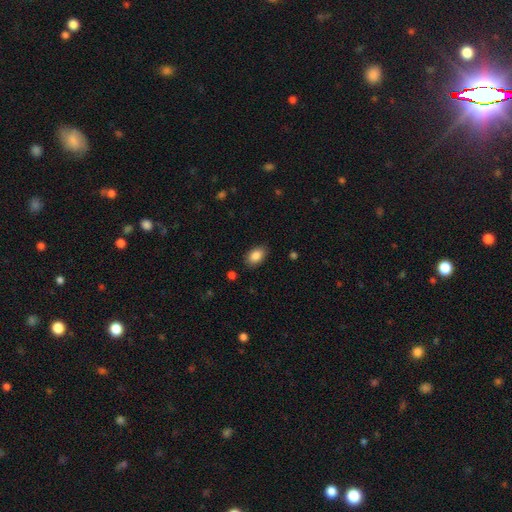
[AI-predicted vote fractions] smooth-or-featured: smooth: 87% | star or artifact: 8% | featured or disk: 5%
  how-rounded: in between: 89% | round: 10% | cigar-shaped: 1%
  merging: none: 86% | minor disturbance: 10% | major disturbance: 3% | merger: 1%